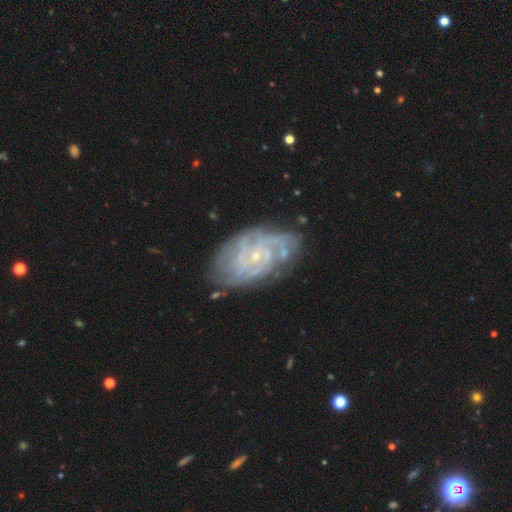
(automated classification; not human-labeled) Q: Smooth or featured?
A: featured or disk (82%); runner-up: smooth (11%)
Q: Edge-on disk?
A: no (96%); runner-up: yes (4%)
Q: Bar?
A: no (68%); runner-up: weak (27%)
Q: Spiral arms?
A: yes (90%); runner-up: no (10%)
Q: Spiral winding?
A: tight (64%); runner-up: medium (28%)
Q: Spiral arm count?
A: can't tell (41%); runner-up: 4 (17%)
Q: Bulge size?
A: small (82%); runner-up: moderate (12%)
Q: Merging?
A: none (67%); runner-up: minor disturbance (21%)